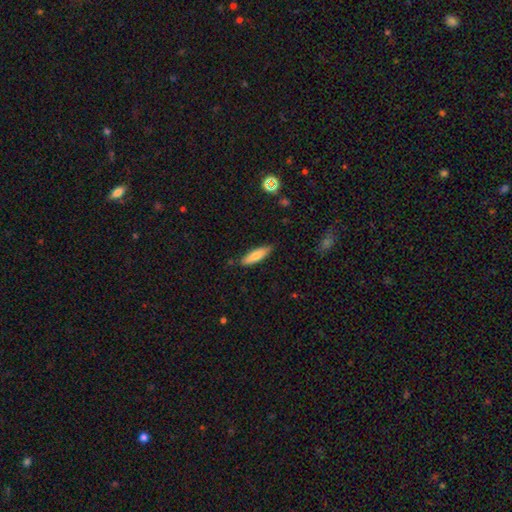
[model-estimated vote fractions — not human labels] smooth 77%, featured or disk 16%, star or artifact 6%. Down the decision tree: how rounded — cigar-shaped (61%); merging — none (83%).